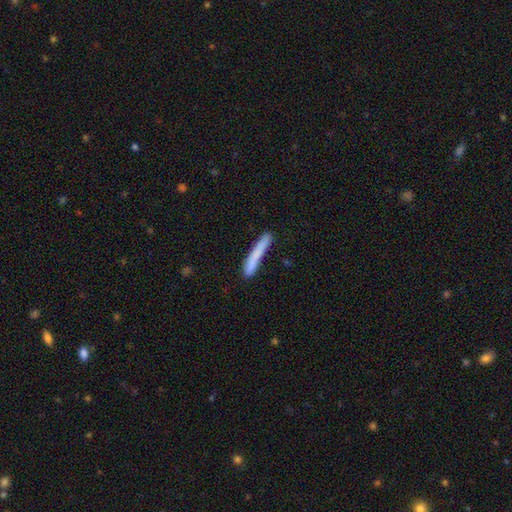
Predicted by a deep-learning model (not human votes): Smooth or featured? smooth (78%)
How rounded? cigar-shaped (96%)
Merging? none (80%)